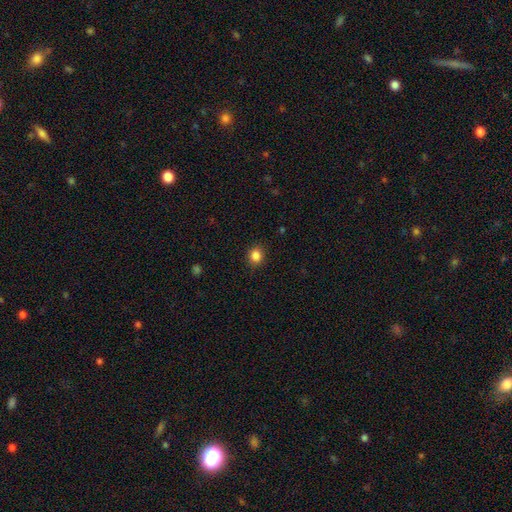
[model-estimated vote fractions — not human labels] A smooth galaxy with no disk features (85%) that is round (71%). Merging: none (88%).